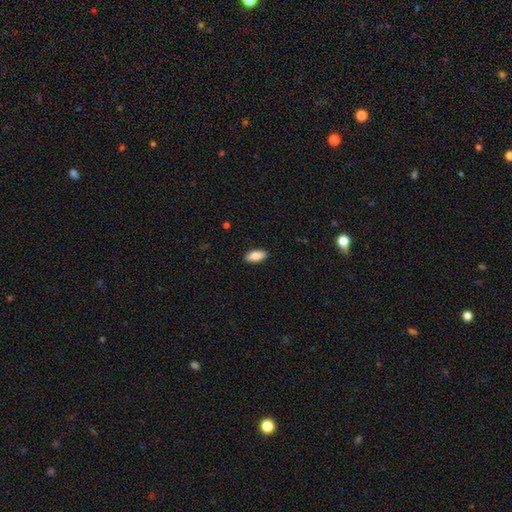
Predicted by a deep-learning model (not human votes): Q: Smooth or featured?
A: smooth (87%); runner-up: featured or disk (7%)
Q: How rounded?
A: in between (89%); runner-up: cigar-shaped (9%)
Q: Merging?
A: none (90%); runner-up: minor disturbance (8%)